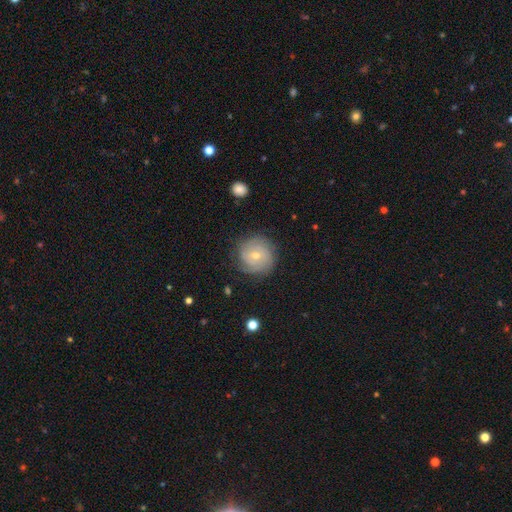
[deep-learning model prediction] featured or disk 65%, smooth 28%, star or artifact 8%. Down the decision tree: edge-on disk — no (97%); bar — no (64%); spiral arms — yes (88%); spiral arm count — can't tell (41%); spiral winding — tight (71%); bulge size — small (48%, tied with moderate); merging — none (79%).